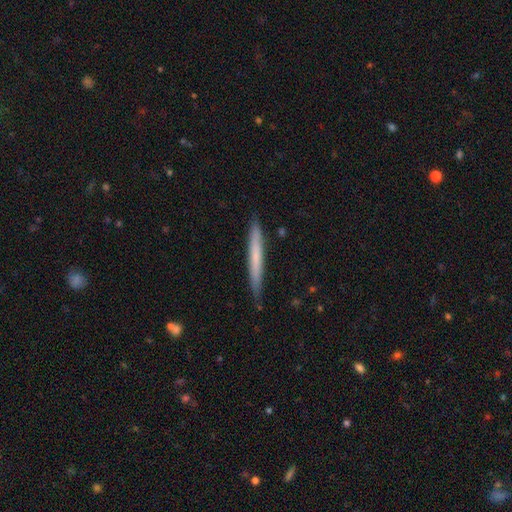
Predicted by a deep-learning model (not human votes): Overall: smooth (59%; featured or disk 36%). How rounded: cigar-shaped (97%). Merging: none (86%).